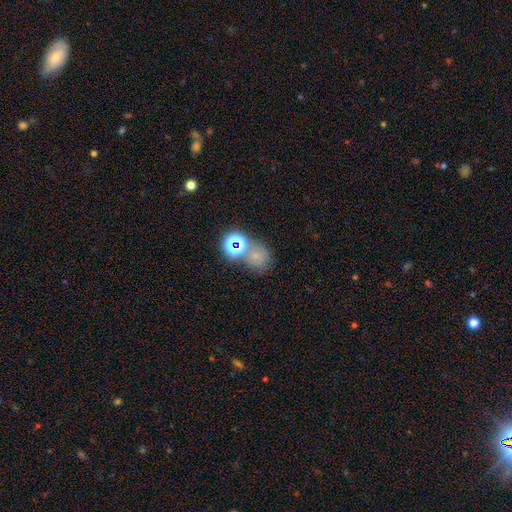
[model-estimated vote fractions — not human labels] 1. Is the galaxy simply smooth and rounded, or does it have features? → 53% smooth, 33% star or artifact, 13% featured or disk.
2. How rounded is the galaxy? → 66% round, 33% in between, 1% cigar-shaped.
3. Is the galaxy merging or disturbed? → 54% none, 25% merger, 13% minor disturbance, 7% major disturbance.